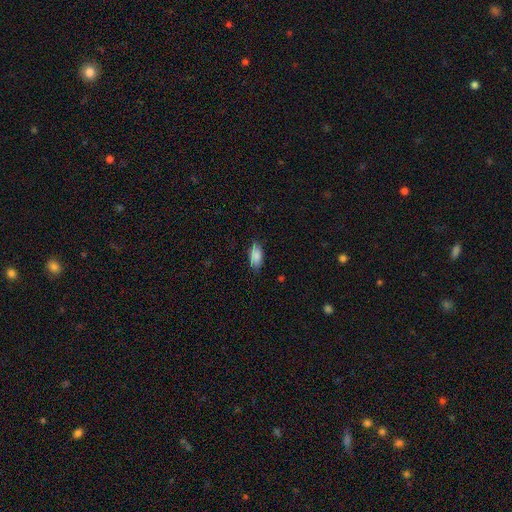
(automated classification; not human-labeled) Smooth or featured? smooth (86%)
How rounded? in between (90%)
Merging? none (77%)